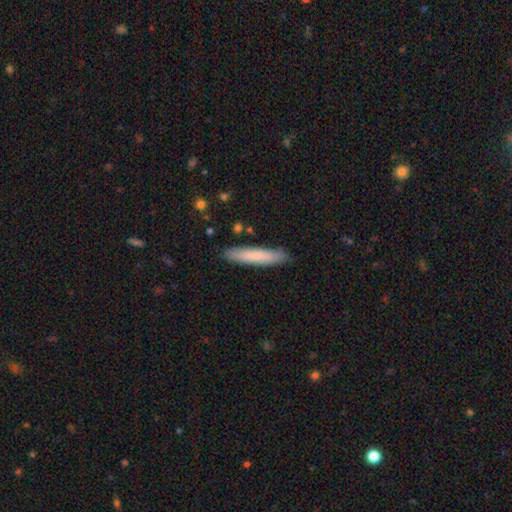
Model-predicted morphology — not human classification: The model was most divided on "smooth or featured": smooth: 77%, featured or disk: 18%, star or artifact: 5%. More confident: how rounded — cigar-shaped (91%); merging — none (88%).